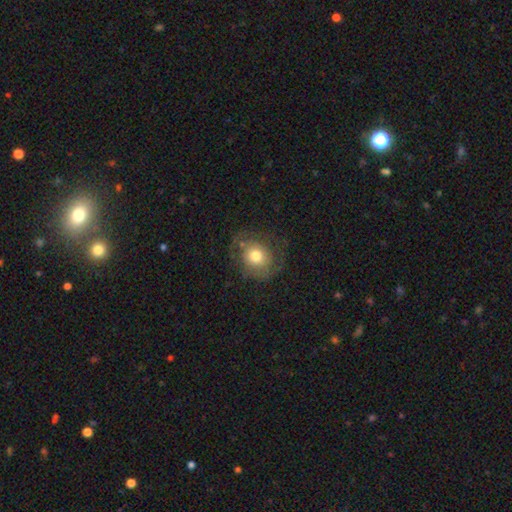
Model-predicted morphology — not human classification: smooth_or_featured: smooth (p=0.49) [alt: featured or disk p=0.42]
merging: none (p=0.65) [alt: minor disturbance p=0.19]